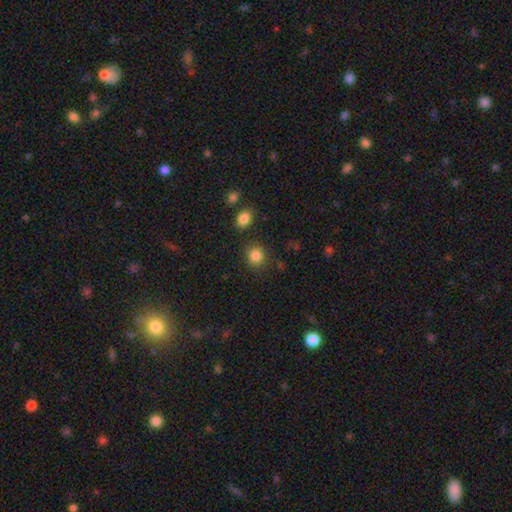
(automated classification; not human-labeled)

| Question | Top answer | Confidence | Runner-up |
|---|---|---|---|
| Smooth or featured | smooth | 85% | star or artifact (10%) |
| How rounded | round | 86% | in between (13%) |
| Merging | none | 85% | minor disturbance (8%) |